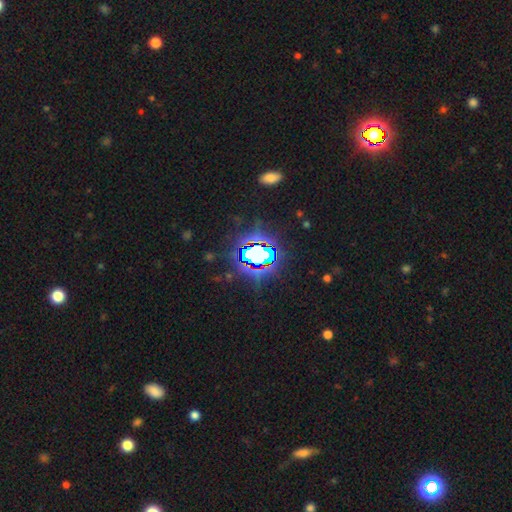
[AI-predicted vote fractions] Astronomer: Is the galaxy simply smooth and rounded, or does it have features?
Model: star or artifact — 80%.